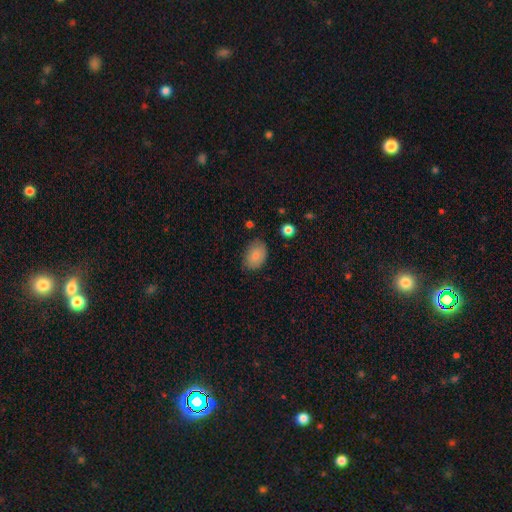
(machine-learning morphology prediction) Q: Smooth or featured?
A: smooth (83%); runner-up: featured or disk (10%)
Q: How rounded?
A: in between (83%); runner-up: round (16%)
Q: Merging?
A: none (74%); runner-up: minor disturbance (20%)